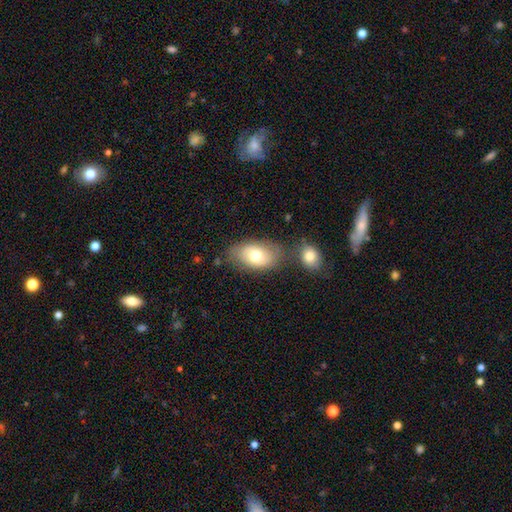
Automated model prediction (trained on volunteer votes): smooth_or_featured: smooth (p=0.72) [alt: featured or disk p=0.20]
how_rounded: in between (p=0.88) [alt: round p=0.11]
merging: none (p=0.63) [alt: merger p=0.17]